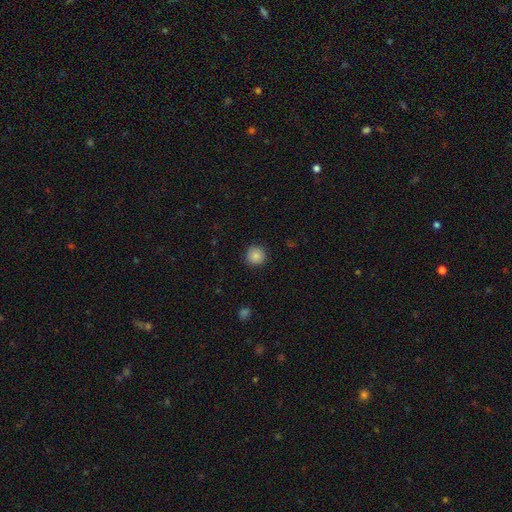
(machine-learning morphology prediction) Smooth or featured? Predicted: smooth (p=0.85). How rounded? Predicted: round (p=0.95). Merging? Predicted: none (p=0.91).